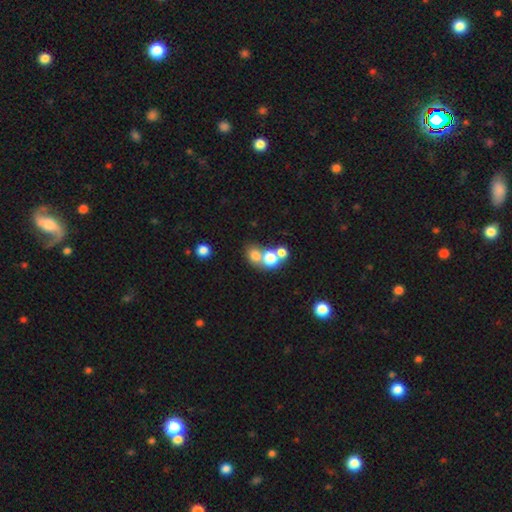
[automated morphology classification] Overall: smooth (71%). How rounded: round (66%; in between 32%). Merging: merger (48%; none 40%).